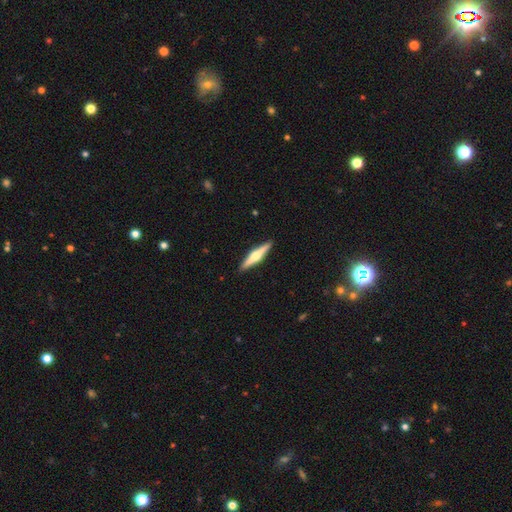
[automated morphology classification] featured or disk 69%, smooth 26%, star or artifact 5%. Down the decision tree: edge-on disk — yes (98%); edge-on bulge — rounded (91%); merging — none (92%).